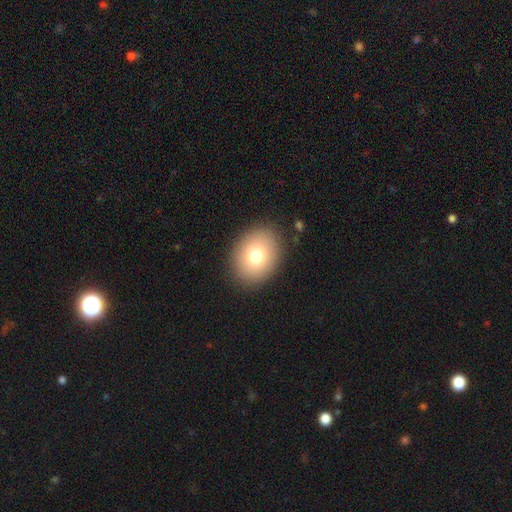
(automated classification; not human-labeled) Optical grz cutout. It shows a smooth galaxy with no disk features (76%) that is in between round and cigar-shaped (56%). Merging: none (88%).